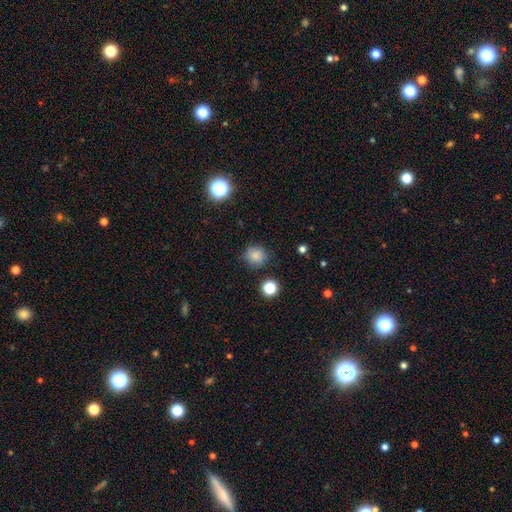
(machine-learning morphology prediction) Smooth or featured?
  - smooth: 82% *
  - star or artifact: 13%
  - featured or disk: 6%
How rounded?
  - round: 88% *
  - in between: 11%
  - cigar-shaped: 1%
Merging?
  - none: 80% *
  - minor disturbance: 14%
  - major disturbance: 4%
  - merger: 2%